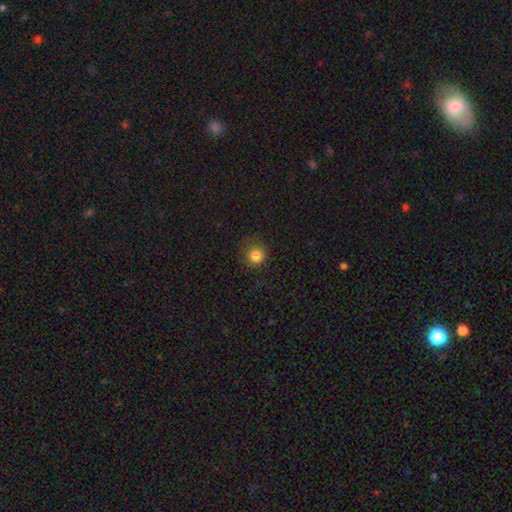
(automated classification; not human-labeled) Overall: smooth (83%). How rounded: round (93%). Merging: none (83%).